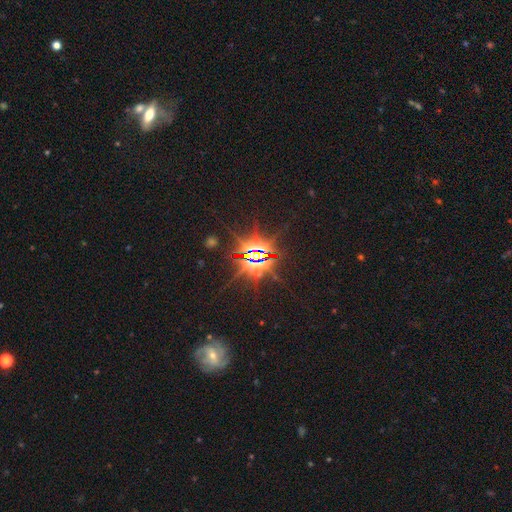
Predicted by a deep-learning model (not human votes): star or artifact 85%, featured or disk 9%, smooth 6%.